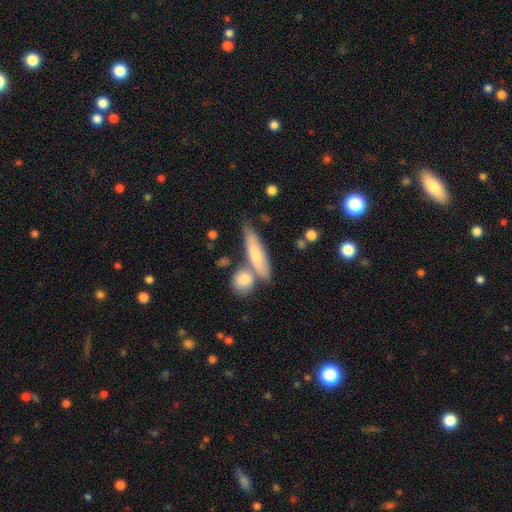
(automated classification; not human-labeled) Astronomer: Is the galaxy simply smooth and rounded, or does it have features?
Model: smooth — 61%.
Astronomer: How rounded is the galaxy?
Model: cigar-shaped — 72%.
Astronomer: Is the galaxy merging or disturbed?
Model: none — 61%.